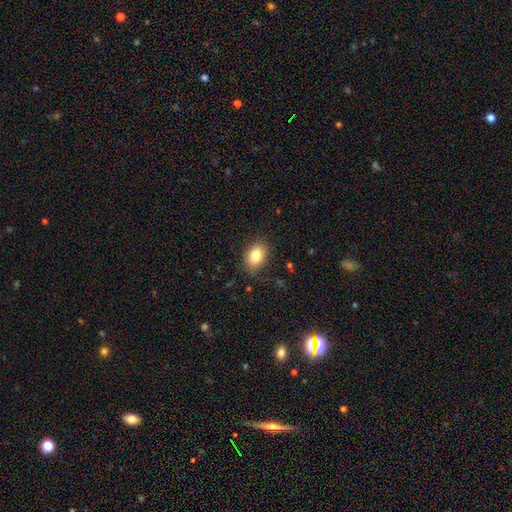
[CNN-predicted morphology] Smooth or featured? Predicted: smooth (p=0.82). How rounded? Predicted: in between (p=0.69). Merging? Predicted: none (p=0.81).